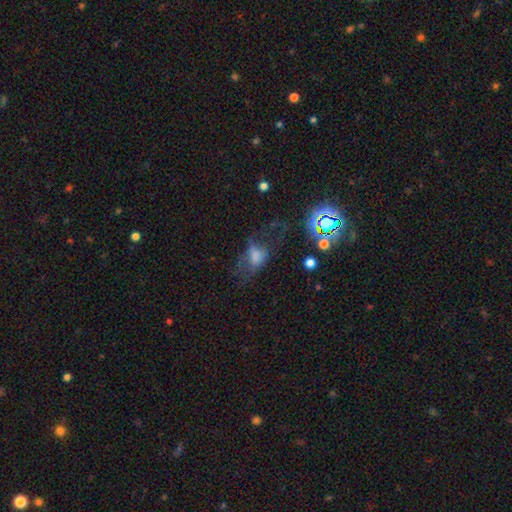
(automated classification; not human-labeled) smooth 43%, featured or disk 34%, star or artifact 23%. Down the decision tree: merging — major disturbance (41%).